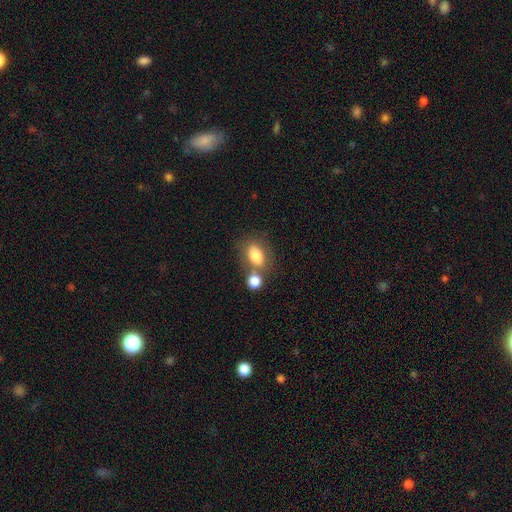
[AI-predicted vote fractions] Smooth or featured? smooth (78%)
How rounded? in between (78%)
Merging? none (50%)